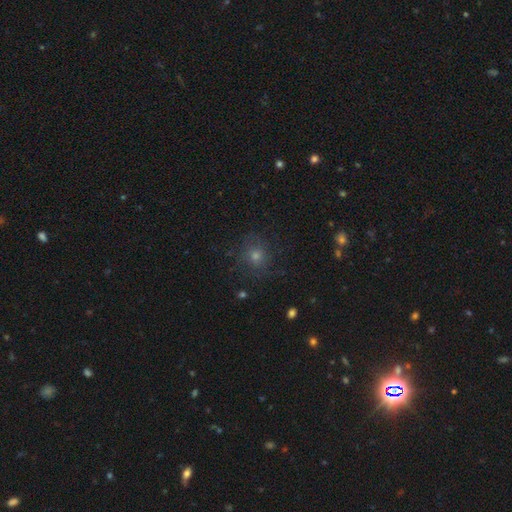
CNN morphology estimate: Overall: smooth (53%; star or artifact 32%). How rounded: round (89%). Merging: none (82%).